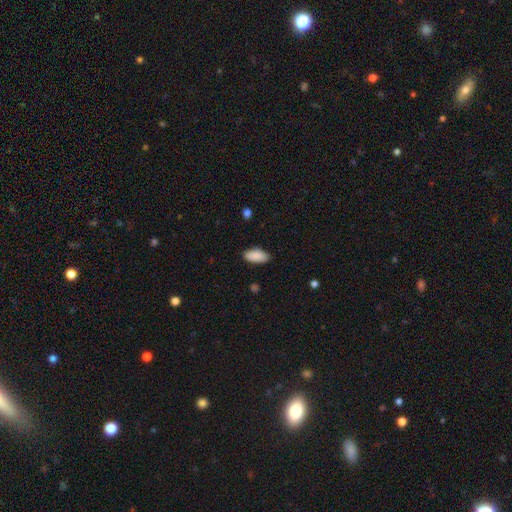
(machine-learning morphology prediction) smooth-or-featured: smooth: 90% | star or artifact: 6% | featured or disk: 4%
  how-rounded: in between: 91% | cigar-shaped: 7% | round: 2%
  merging: none: 85% | minor disturbance: 11% | major disturbance: 2% | merger: 1%